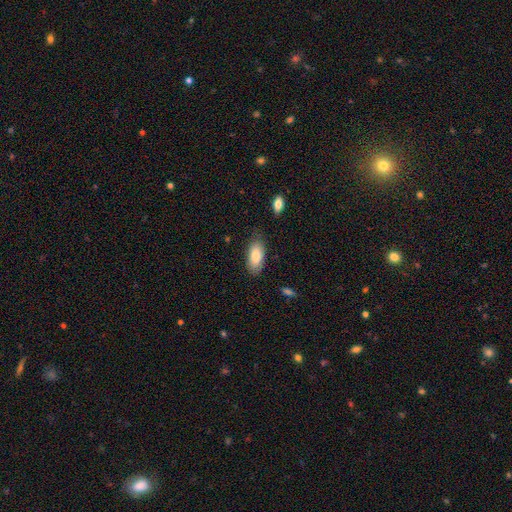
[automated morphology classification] Smooth or featured? Predicted: smooth (p=0.83). How rounded? Predicted: in between (p=0.89). Merging? Predicted: none (p=0.79).